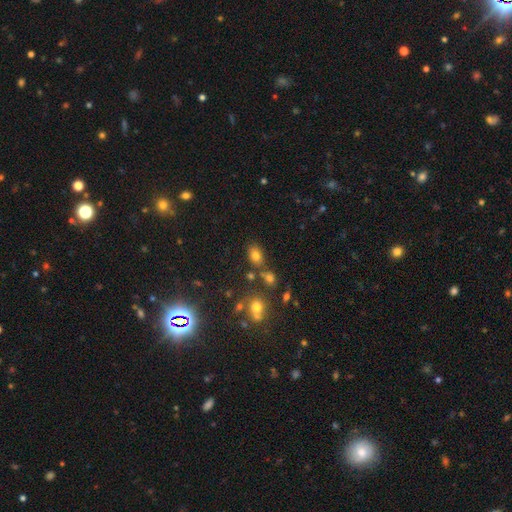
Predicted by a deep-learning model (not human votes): Q: Smooth or featured?
A: smooth (75%); runner-up: star or artifact (15%)
Q: How rounded?
A: in between (76%); runner-up: round (23%)
Q: Merging?
A: none (71%); runner-up: minor disturbance (13%)